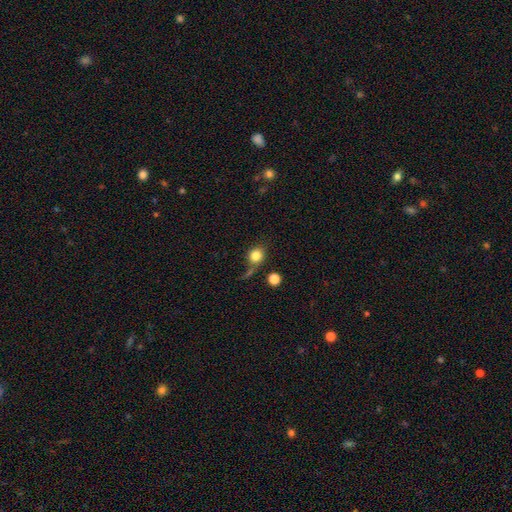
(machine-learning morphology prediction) Overall: smooth (80%). How rounded: round (81%). Merging: none (55%; minor disturbance 16%).